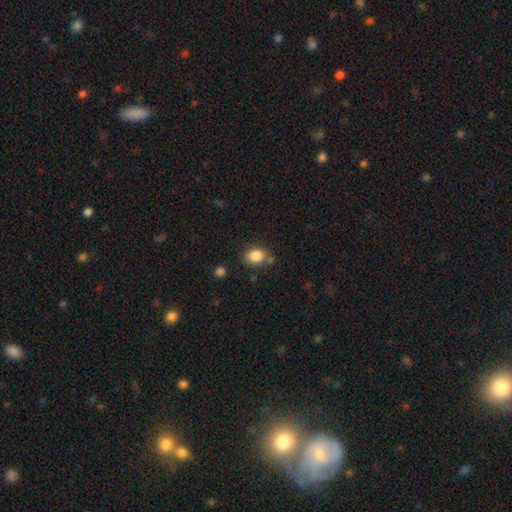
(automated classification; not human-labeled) Overall: smooth (85%). How rounded: in between (56%; round 43%). Merging: none (73%).